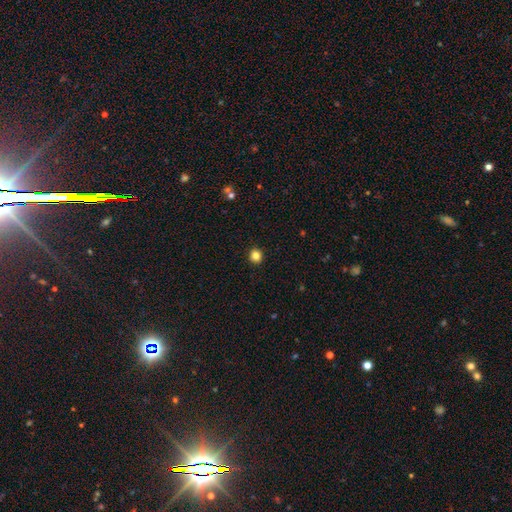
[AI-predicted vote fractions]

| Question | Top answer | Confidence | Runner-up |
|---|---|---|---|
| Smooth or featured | smooth | 84% | star or artifact (12%) |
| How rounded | round | 90% | in between (9%) |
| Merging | none | 93% | minor disturbance (5%) |